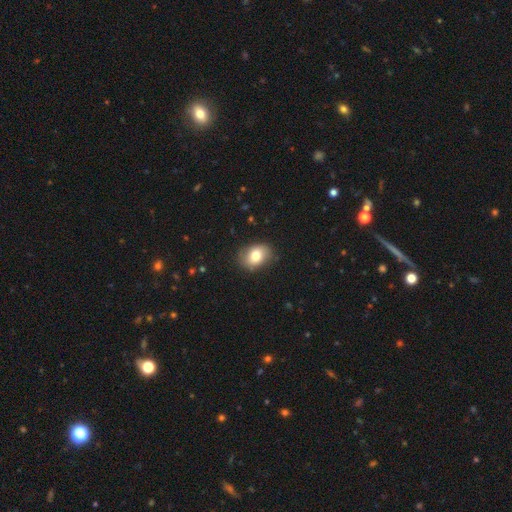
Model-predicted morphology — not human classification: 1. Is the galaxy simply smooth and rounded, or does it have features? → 77% smooth, 15% featured or disk, 8% star or artifact.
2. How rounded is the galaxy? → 71% in between, 28% round, 1% cigar-shaped.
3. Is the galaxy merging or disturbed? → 83% none, 13% minor disturbance, 3% major disturbance, 1% merger.